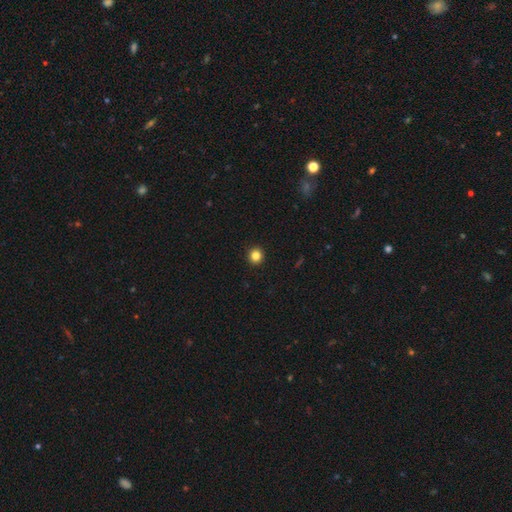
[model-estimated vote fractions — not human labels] smooth_or_featured: smooth (p=0.84) [alt: star or artifact p=0.12]
how_rounded: round (p=0.94) [alt: in between p=0.05]
merging: none (p=0.94) [alt: minor disturbance p=0.04]